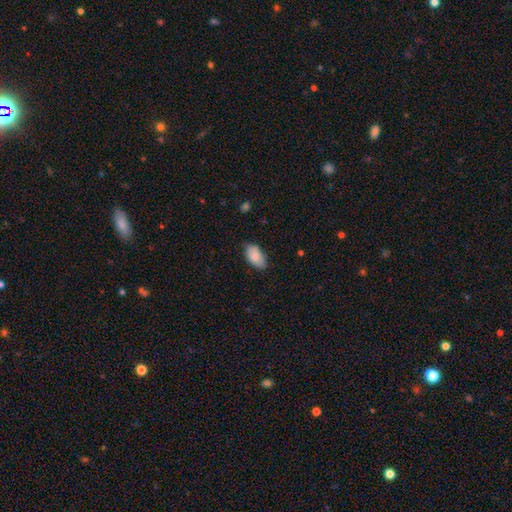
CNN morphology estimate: The model was most divided on "merging": none: 75%, minor disturbance: 21%, major disturbance: 3%, merger: 1%. More confident: how rounded — in between (94%); smooth or featured — smooth (84%).